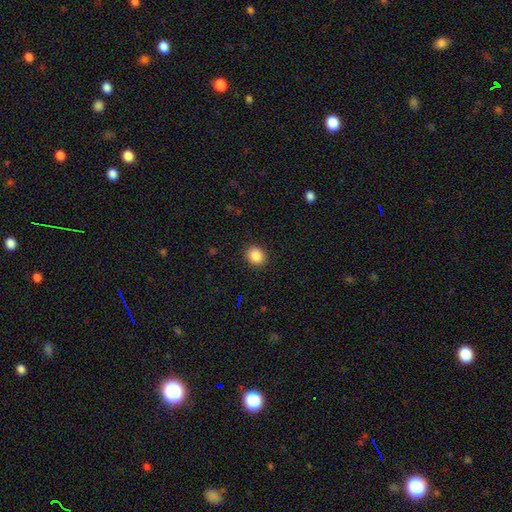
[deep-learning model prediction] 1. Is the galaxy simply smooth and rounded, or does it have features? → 87% smooth, 10% star or artifact, 4% featured or disk.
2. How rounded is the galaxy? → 70% round, 30% in between, 1% cigar-shaped.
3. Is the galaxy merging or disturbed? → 91% none, 6% minor disturbance, 2% major disturbance, 1% merger.